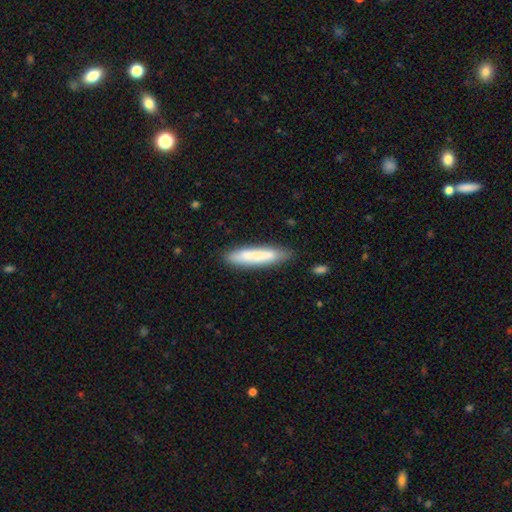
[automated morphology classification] A smooth galaxy with no disk features (76%) that is cigar-shaped (84%). Merging: none (80%).